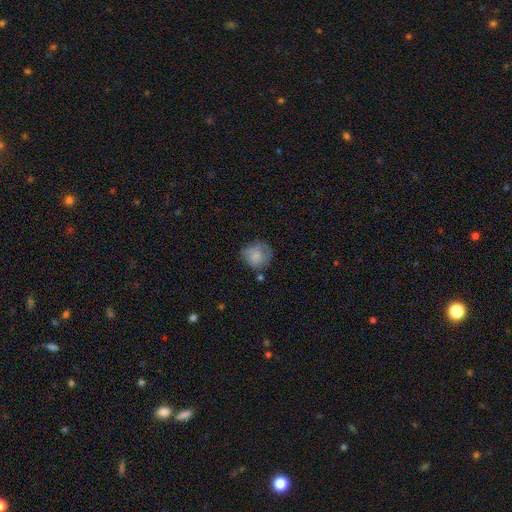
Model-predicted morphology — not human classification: Smooth or featured: smooth — 72% (featured or disk — 19%)
How rounded: round — 82% (in between — 17%)
Merging: none — 56% (minor disturbance — 27%)